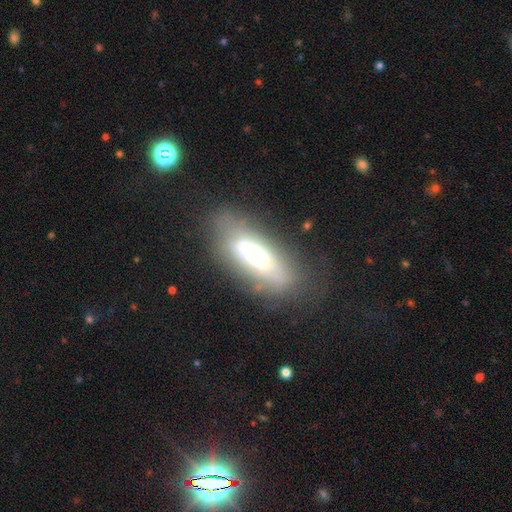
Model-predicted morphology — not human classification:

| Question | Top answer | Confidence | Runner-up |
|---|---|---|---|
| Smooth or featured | featured or disk | 47% | smooth (44%) |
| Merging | none | 57% | minor disturbance (22%) |